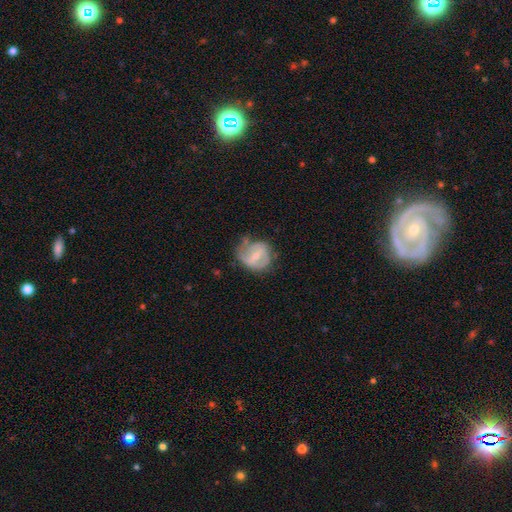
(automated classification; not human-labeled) Smooth or featured: featured or disk — 63% (smooth — 31%)
Edge-on disk: no — 96% (yes — 4%)
Bar: weak — 47% (strong — 35%)
Spiral arms: yes — 66% (no — 34%)
Bulge size: small — 51% (moderate — 42%)
Merging: none — 47% (minor disturbance — 31%)